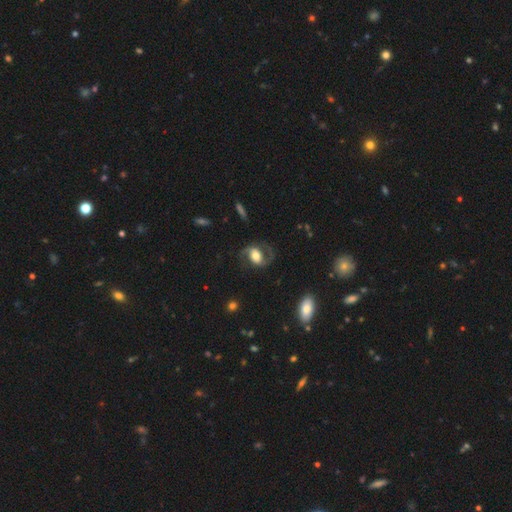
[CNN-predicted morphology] This is likely a featured or disk galaxy (78%). It is clearly not viewed edge-on (97%). Bar: marginally weak (37%). Spiral arm pattern: clearly yes (93%). Spiral arm count: clearly 2 (91%). Spiral winding: possibly medium (51%). Central bulge: possibly moderate (54%). Merging: likely none (71%).